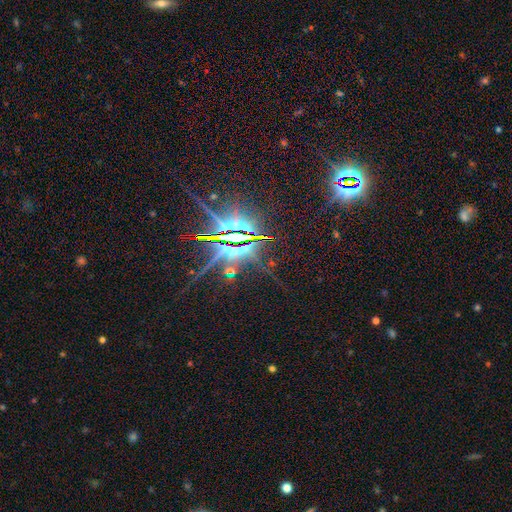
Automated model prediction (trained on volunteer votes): Morphology: type=star or artifact (82%).